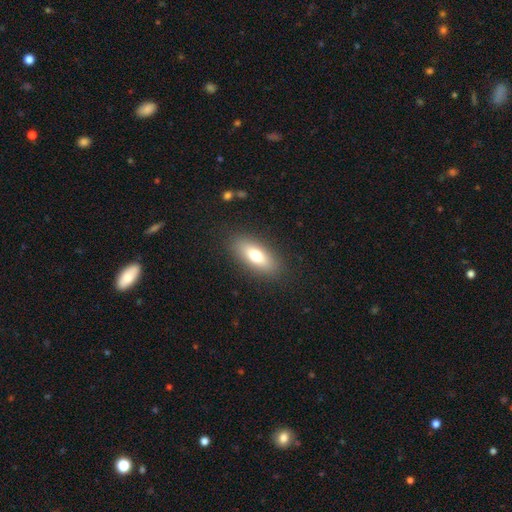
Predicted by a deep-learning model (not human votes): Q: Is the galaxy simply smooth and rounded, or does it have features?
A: smooth — 73%.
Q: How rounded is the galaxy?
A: in between — 75%.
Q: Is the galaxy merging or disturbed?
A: none — 87%.